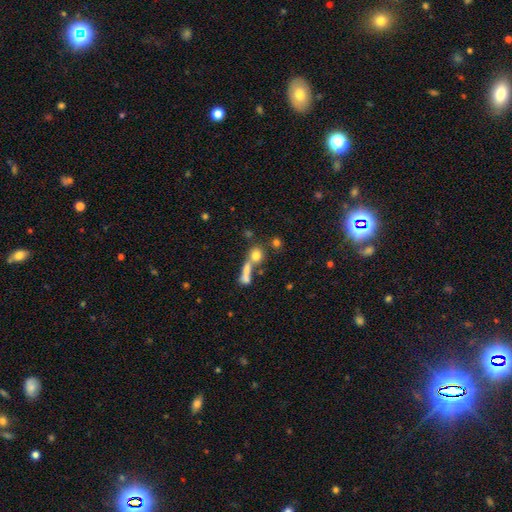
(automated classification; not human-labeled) A smooth galaxy with no disk features (74%) that is round (76%). Merging: none (50%).